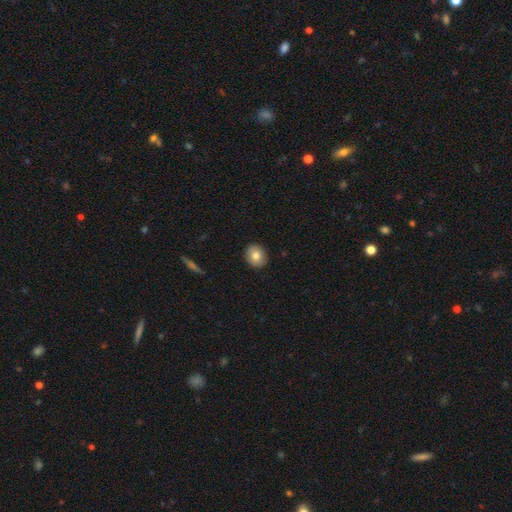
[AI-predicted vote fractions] The model was most divided on "how rounded": round: 70%, in between: 29%, cigar-shaped: 1%. More confident: merging — none (90%); smooth or featured — smooth (79%).